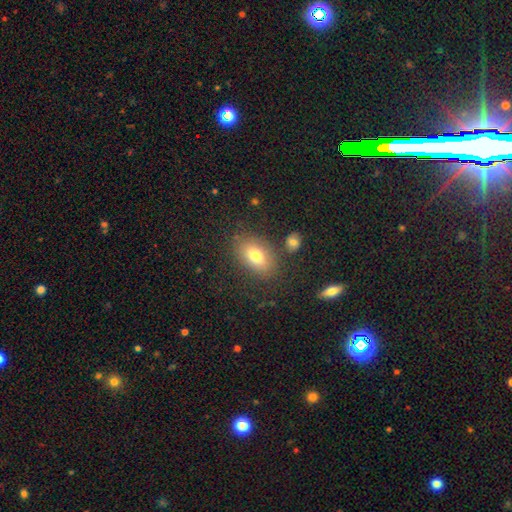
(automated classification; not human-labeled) The model was most divided on "smooth or featured": smooth: 77%, featured or disk: 14%, star or artifact: 9%. More confident: how rounded — in between (86%); merging — none (78%).